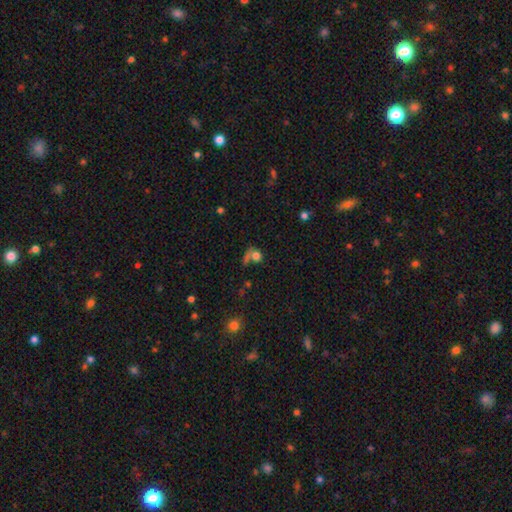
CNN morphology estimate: This appears to be a smooth galaxy with no disk features (69%) that is round (69%). Merging: none (40%).